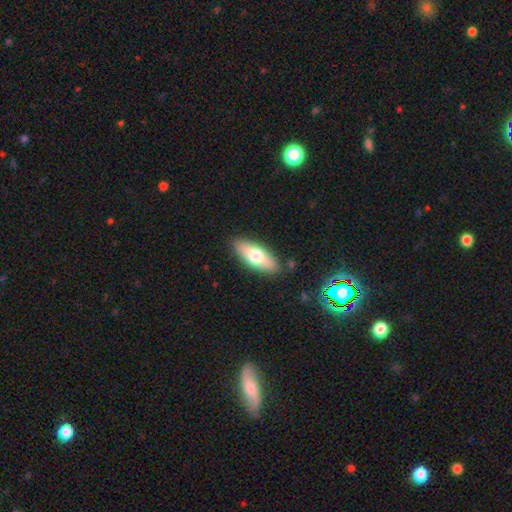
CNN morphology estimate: This appears to be a smooth galaxy with no disk features (68%) that is in between round and cigar-shaped (74%). Merging: none (87%).